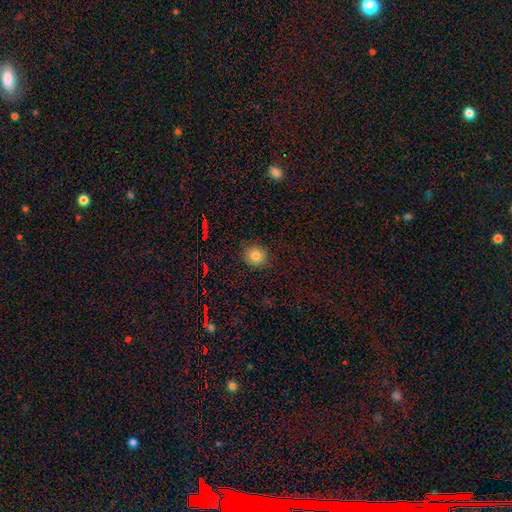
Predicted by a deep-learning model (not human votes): Smooth or featured? smooth (80%)
How rounded? round (82%)
Merging? none (86%)